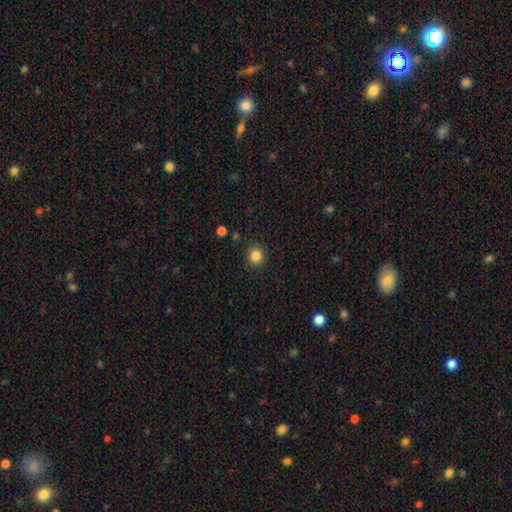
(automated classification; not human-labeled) Smooth or featured?
  - smooth: 85% *
  - star or artifact: 11%
  - featured or disk: 4%
How rounded?
  - round: 92% *
  - in between: 7%
  - cigar-shaped: 1%
Merging?
  - none: 89% *
  - minor disturbance: 7%
  - major disturbance: 2%
  - merger: 1%